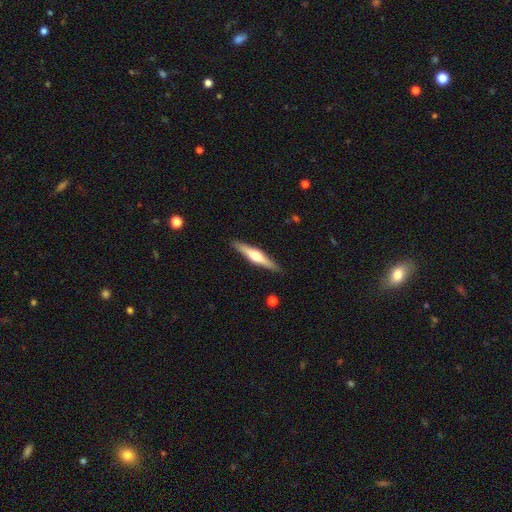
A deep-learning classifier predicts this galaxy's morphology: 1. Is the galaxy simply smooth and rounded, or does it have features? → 64% featured or disk, 30% smooth, 5% star or artifact.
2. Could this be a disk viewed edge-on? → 97% yes, 3% no.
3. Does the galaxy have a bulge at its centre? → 92% rounded, 5% boxy, 3% none.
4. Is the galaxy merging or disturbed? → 90% none, 7% minor disturbance, 2% major disturbance, 1% merger.